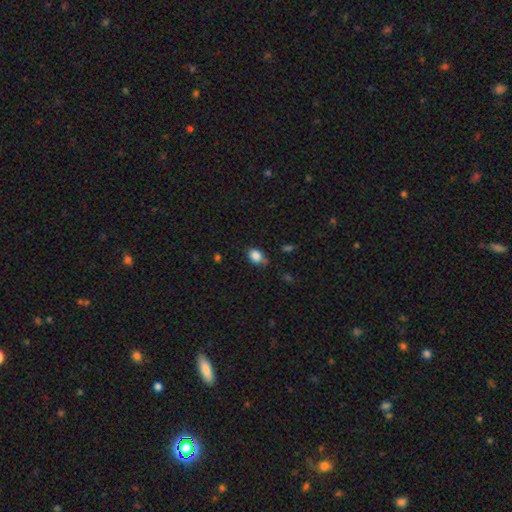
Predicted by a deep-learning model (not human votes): Morphology: type=smooth (85%); roundness=in between (68%); merging=none (60%).